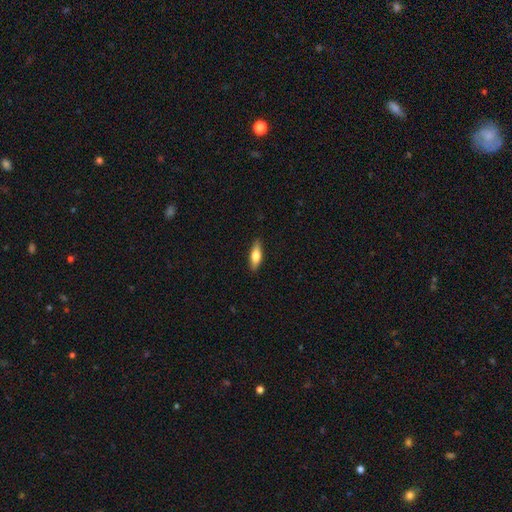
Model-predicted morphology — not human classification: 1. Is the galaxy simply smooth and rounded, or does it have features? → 70% smooth, 24% featured or disk, 6% star or artifact.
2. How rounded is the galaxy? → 55% in between, 42% cigar-shaped, 2% round.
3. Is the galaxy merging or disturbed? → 87% none, 10% minor disturbance, 2% major disturbance, 1% merger.